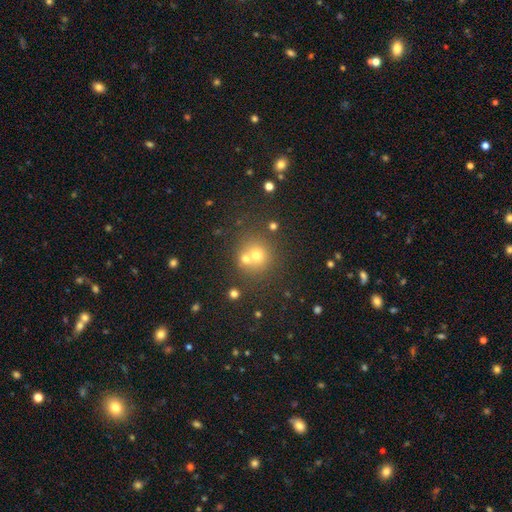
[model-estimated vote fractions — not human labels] The model was most divided on "merging": none: 54%, merger: 35%, minor disturbance: 8%, major disturbance: 4%. More confident: how rounded — round (88%); smooth or featured — smooth (64%).